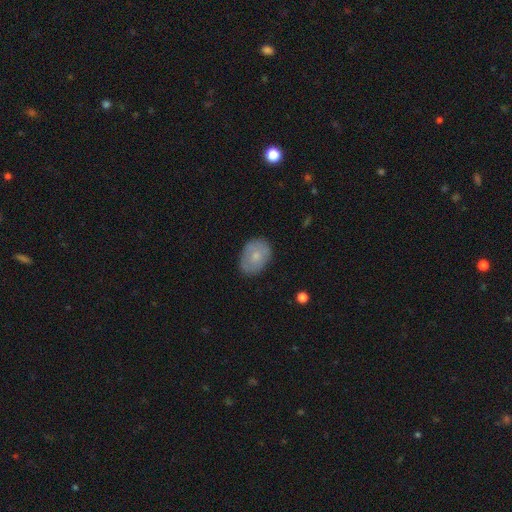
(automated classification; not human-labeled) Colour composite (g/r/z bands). It shows a smooth galaxy with no disk features (73%) that is in between round and cigar-shaped (73%). Merging: none (80%).